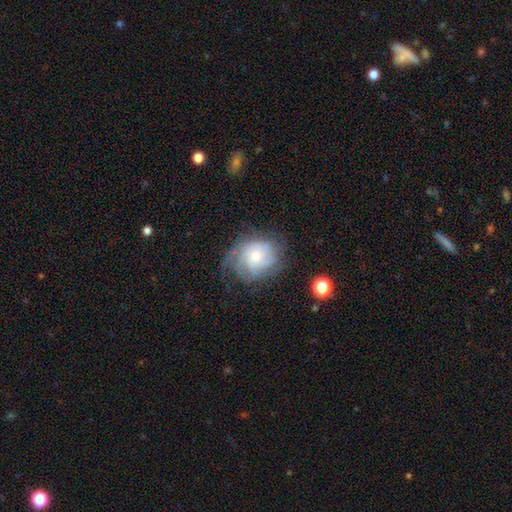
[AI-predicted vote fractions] The model was most divided on "bulge size": small: 49%, moderate: 46%, large: 3%, none: 2%, dominant: 1%. Remaining: edge-on disk — no (97%); spiral arms — yes (92%); bar — no (77%); smooth or featured — featured or disk (73%); merging — none (62%); spiral winding — tight (53%); spiral arm count — can't tell (34%).